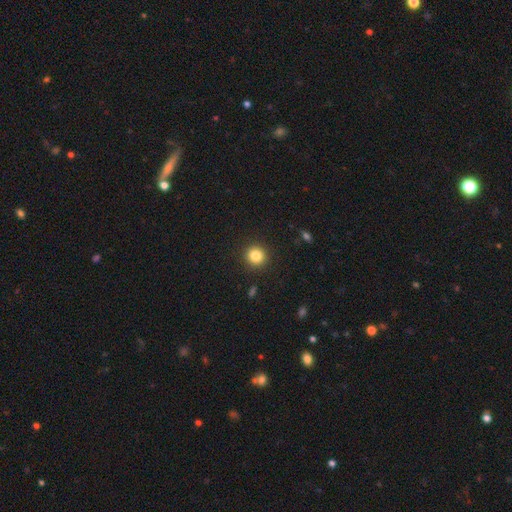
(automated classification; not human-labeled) smooth_or_featured: smooth (p=0.84) [alt: star or artifact p=0.11]
how_rounded: round (p=0.93) [alt: in between p=0.06]
merging: none (p=0.92) [alt: minor disturbance p=0.05]